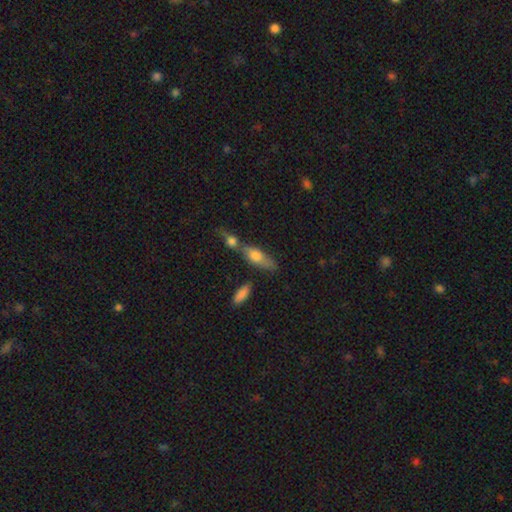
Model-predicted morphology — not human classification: smooth_or_featured: smooth (p=0.63) [alt: featured or disk p=0.29]
how_rounded: in between (p=0.63) [alt: cigar-shaped p=0.32]
merging: merger (p=0.40) [alt: none p=0.38]